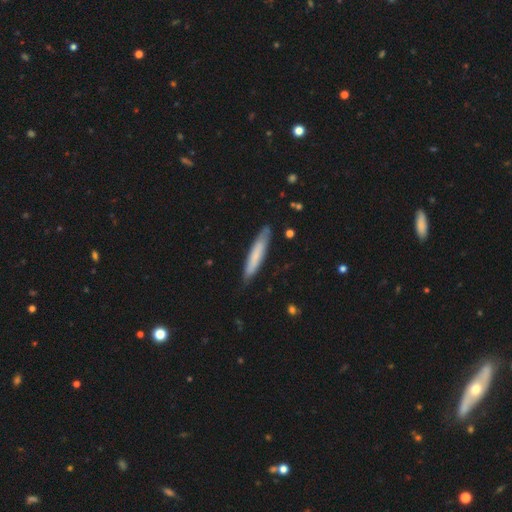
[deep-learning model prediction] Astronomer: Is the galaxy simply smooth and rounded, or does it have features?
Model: smooth — 70%.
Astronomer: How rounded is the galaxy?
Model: cigar-shaped — 90%.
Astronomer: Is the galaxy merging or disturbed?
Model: none — 84%.